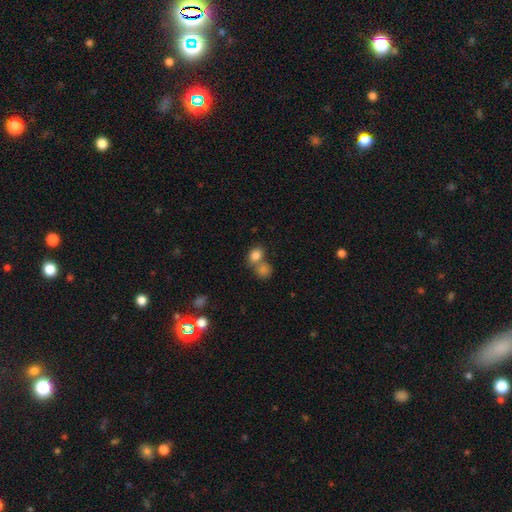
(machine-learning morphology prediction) Smooth or featured? smooth (82%)
How rounded? in between (51%)
Merging? merger (49%)